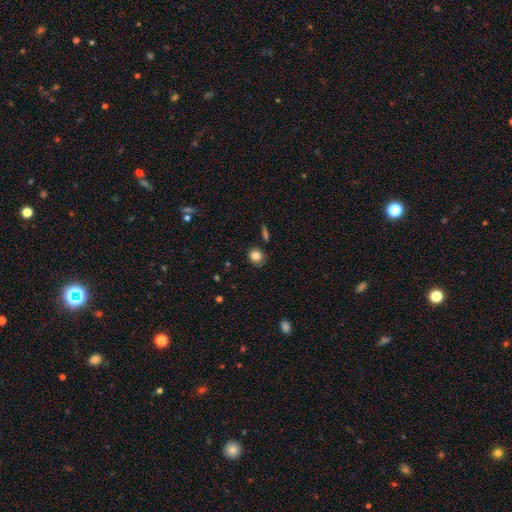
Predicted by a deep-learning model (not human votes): A smooth galaxy with no disk features (83%) that is round (83%). Merging: none (78%).